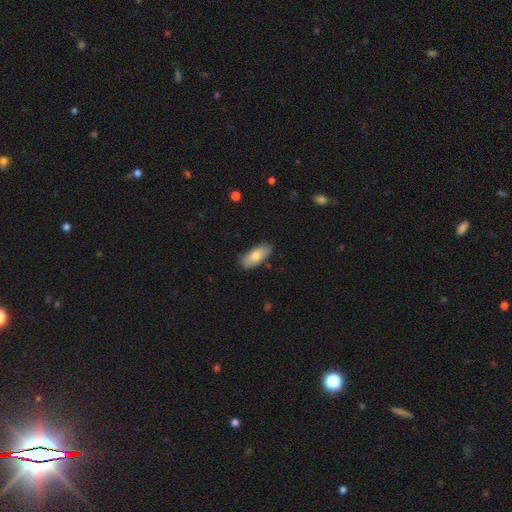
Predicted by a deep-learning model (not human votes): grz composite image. It shows a smooth galaxy with no disk features (78%) that is in between round and cigar-shaped (84%). Merging: none (83%).